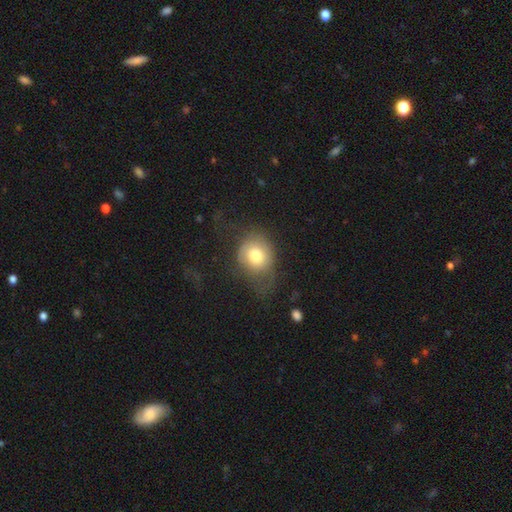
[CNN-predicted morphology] Smooth or featured?
  - smooth: 72% *
  - featured or disk: 18%
  - star or artifact: 10%
How rounded?
  - round: 66% *
  - in between: 33%
  - cigar-shaped: 1%
Merging?
  - none: 41% *
  - major disturbance: 31%
  - minor disturbance: 26%
  - merger: 2%